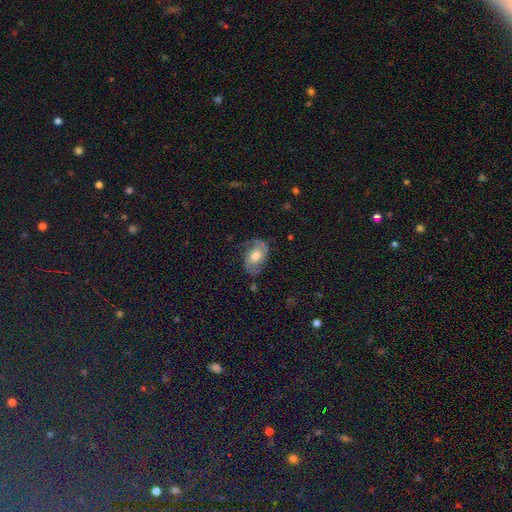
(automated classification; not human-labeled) Smooth or featured?
  - featured or disk: 58% *
  - smooth: 33%
  - star or artifact: 9%
Edge-on disk?
  - no: 95% *
  - yes: 5%
Bar?
  - no: 67% *
  - weak: 27%
  - strong: 6%
Spiral arms?
  - yes: 83% *
  - no: 17%
Bulge size?
  - moderate: 73% *
  - large: 13%
  - small: 12%
  - none: 1%
  - dominant: 1%
Merging?
  - none: 63% *
  - minor disturbance: 24%
  - major disturbance: 11%
  - merger: 2%